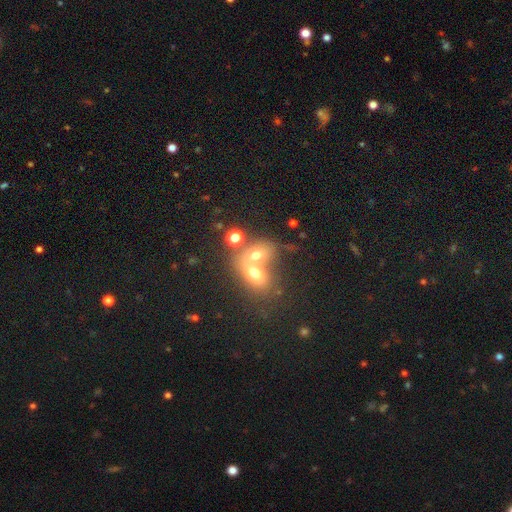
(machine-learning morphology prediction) smooth_or_featured: smooth (p=0.64) [alt: featured or disk p=0.23]
how_rounded: in between (p=0.63) [alt: round p=0.35]
merging: merger (p=0.65) [alt: none p=0.23]